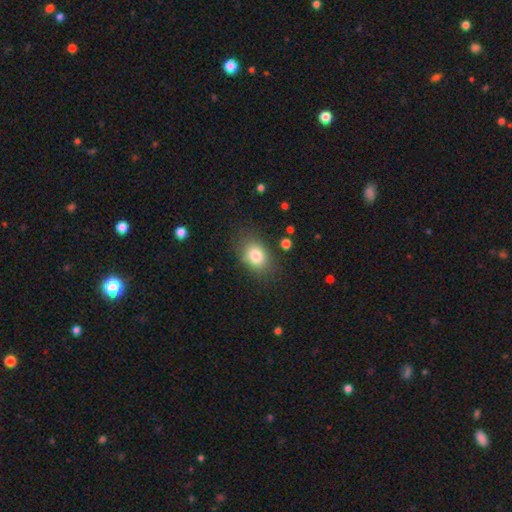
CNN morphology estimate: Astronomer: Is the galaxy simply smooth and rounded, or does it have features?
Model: smooth — 81%.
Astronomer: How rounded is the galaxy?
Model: in between — 68%.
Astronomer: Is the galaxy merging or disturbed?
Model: none — 77%.